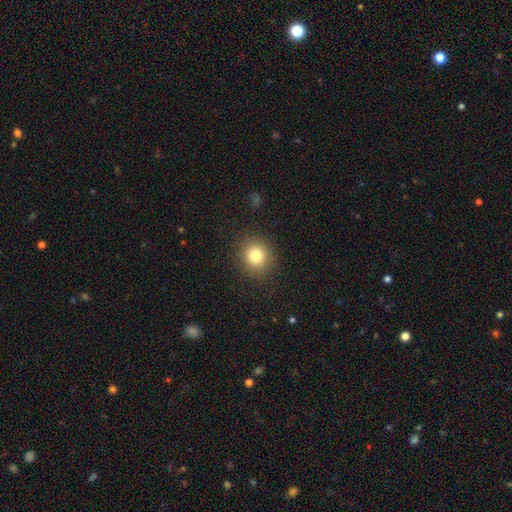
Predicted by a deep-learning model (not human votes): Smooth or featured? smooth (80%)
How rounded? round (86%)
Merging? none (90%)